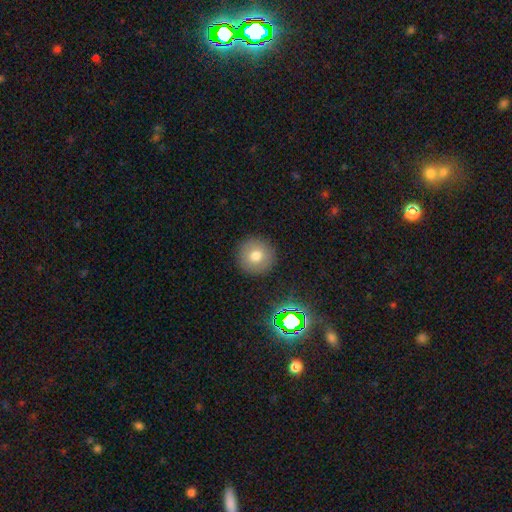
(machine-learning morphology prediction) A smooth galaxy with no disk features (74%) that is round (95%). Merging: none (91%).